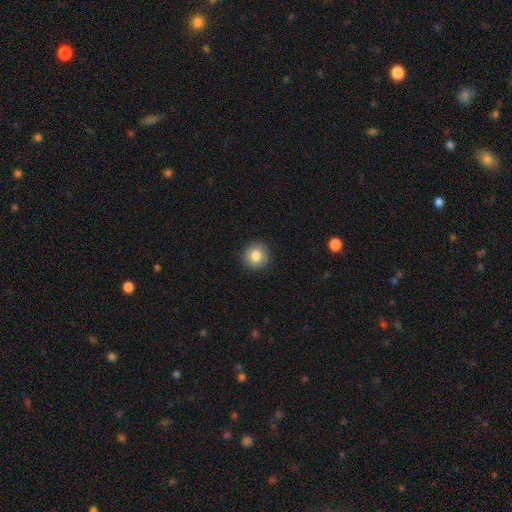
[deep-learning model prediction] Q: Smooth or featured?
A: smooth (82%); runner-up: featured or disk (9%)
Q: How rounded?
A: round (93%); runner-up: in between (6%)
Q: Merging?
A: none (91%); runner-up: minor disturbance (7%)